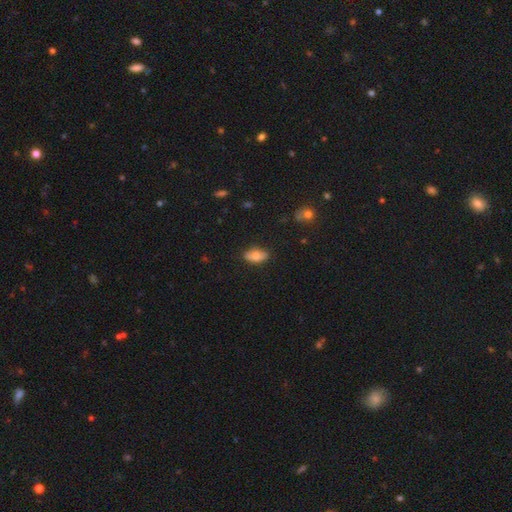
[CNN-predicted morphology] Smooth or featured?
  - smooth: 74% *
  - featured or disk: 19%
  - star or artifact: 7%
How rounded?
  - in between: 89% *
  - cigar-shaped: 6%
  - round: 4%
Merging?
  - none: 84% *
  - minor disturbance: 13%
  - major disturbance: 2%
  - merger: 1%